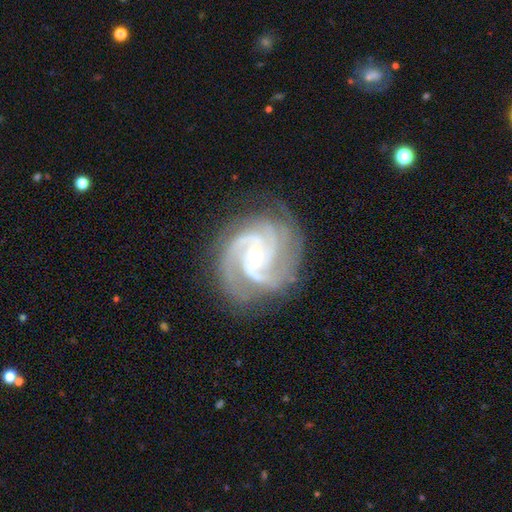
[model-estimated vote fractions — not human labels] This appears to be a featured or disk galaxy (93%) with no bar (65%), 3 (53%) tight (59%) spiral arms (99%) and a small central bulge (66%). Merging: none (77%).